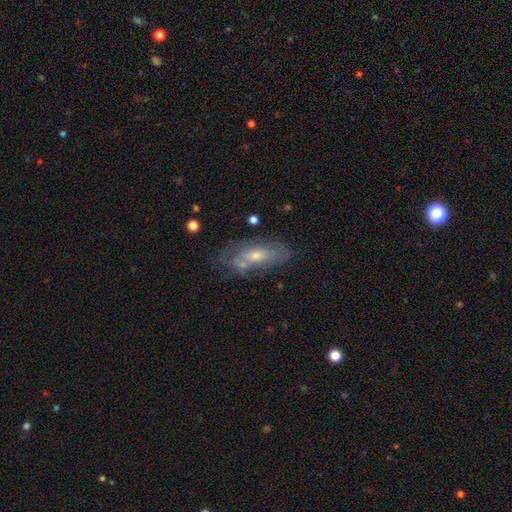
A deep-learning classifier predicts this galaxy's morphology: This is possibly a featured or disk galaxy (52%). It is likely not viewed edge-on (77%). Merging: possibly none (54%).